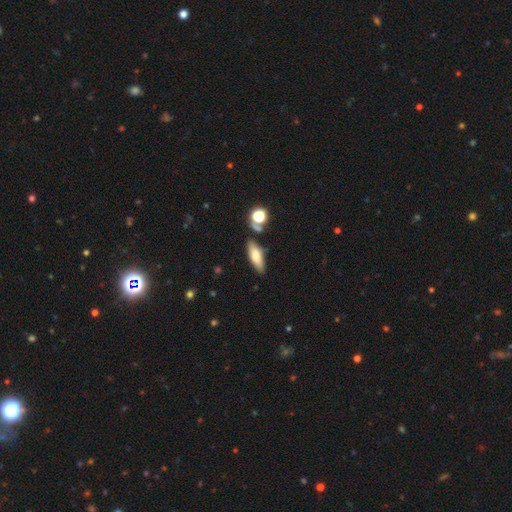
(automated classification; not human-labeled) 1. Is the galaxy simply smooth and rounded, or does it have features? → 69% smooth, 22% featured or disk, 9% star or artifact.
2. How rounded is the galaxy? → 59% in between, 38% cigar-shaped, 3% round.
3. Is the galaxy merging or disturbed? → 74% none, 15% minor disturbance, 8% merger, 4% major disturbance.